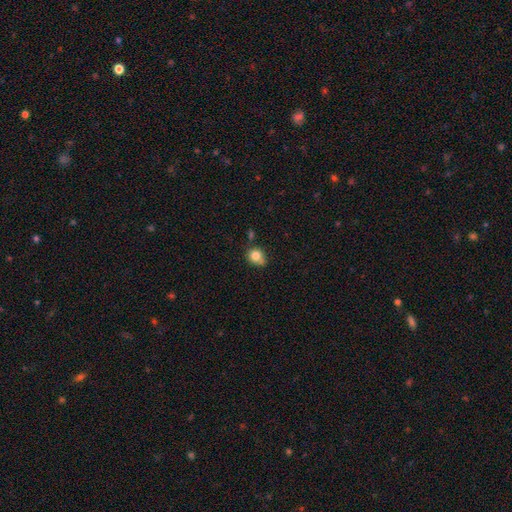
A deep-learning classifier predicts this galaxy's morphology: This appears to be a smooth galaxy with no disk features (81%) that is round (72%). Merging: none (54%).